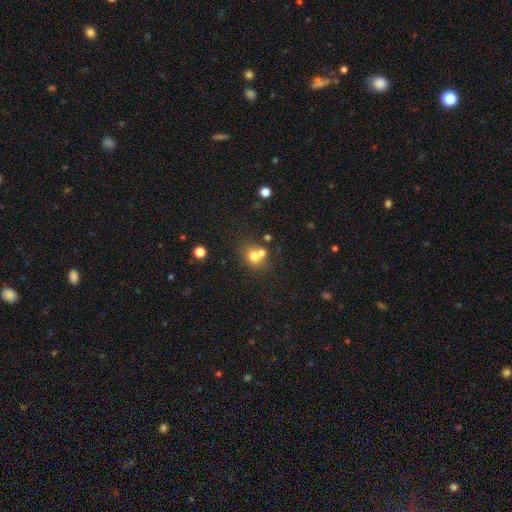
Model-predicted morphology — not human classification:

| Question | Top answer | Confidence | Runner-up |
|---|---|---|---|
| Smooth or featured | smooth | 71% | featured or disk (15%) |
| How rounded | round | 74% | in between (25%) |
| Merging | merger | 44% | none (43%) |